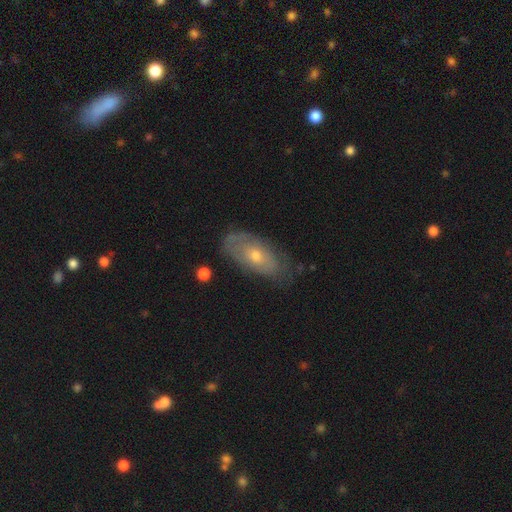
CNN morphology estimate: smooth-or-featured: featured or disk: 50% | smooth: 43% | star or artifact: 7%
  merging: none: 63% | minor disturbance: 26% | major disturbance: 8% | merger: 2%